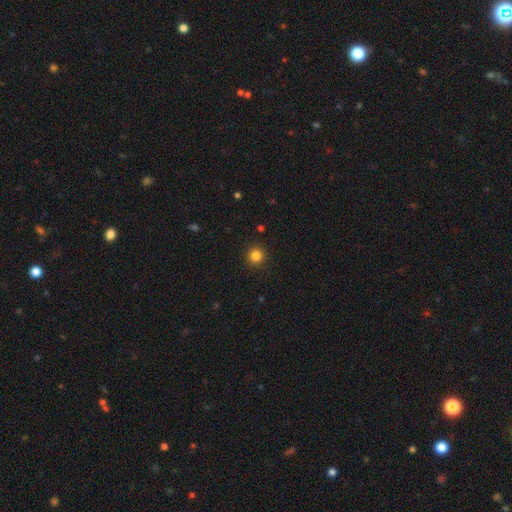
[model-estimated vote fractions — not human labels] Smooth or featured?
  - smooth: 83% *
  - star or artifact: 12%
  - featured or disk: 4%
How rounded?
  - round: 94% *
  - in between: 5%
  - cigar-shaped: 1%
Merging?
  - none: 92% *
  - minor disturbance: 5%
  - major disturbance: 2%
  - merger: 1%